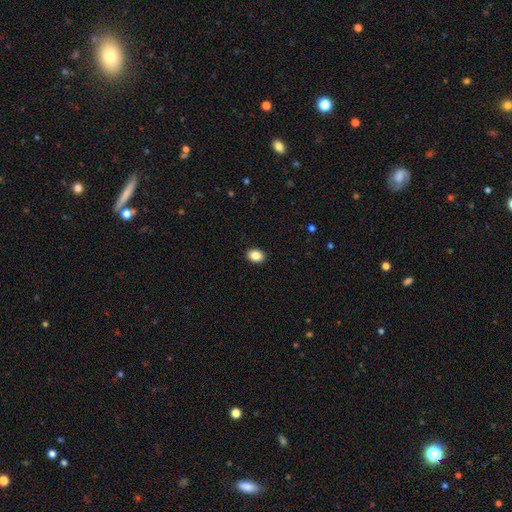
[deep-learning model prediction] smooth-or-featured: smooth: 87% | star or artifact: 9% | featured or disk: 4%
  how-rounded: in between: 64% | round: 35% | cigar-shaped: 1%
  merging: none: 91% | minor disturbance: 6% | major disturbance: 2% | merger: 1%